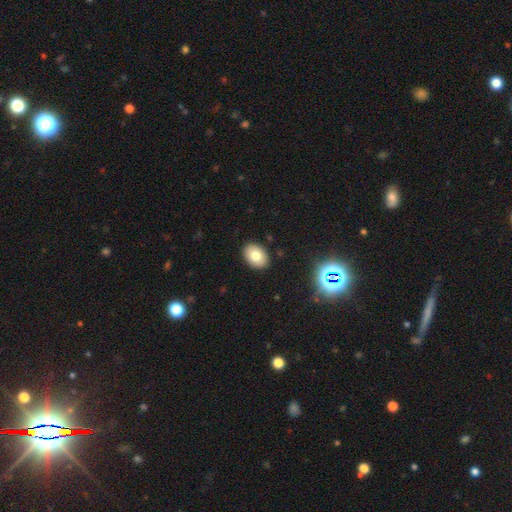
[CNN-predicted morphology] A smooth galaxy with no disk features (78%) that is in between round and cigar-shaped (76%).

Vote fractions:
- Smooth or featured? smooth: 78% / featured or disk: 12% / star or artifact: 10%
- How rounded? in between: 76% / round: 23% / cigar-shaped: 1%
- Merging? none: 90% / minor disturbance: 7% / major disturbance: 2% / merger: 1%